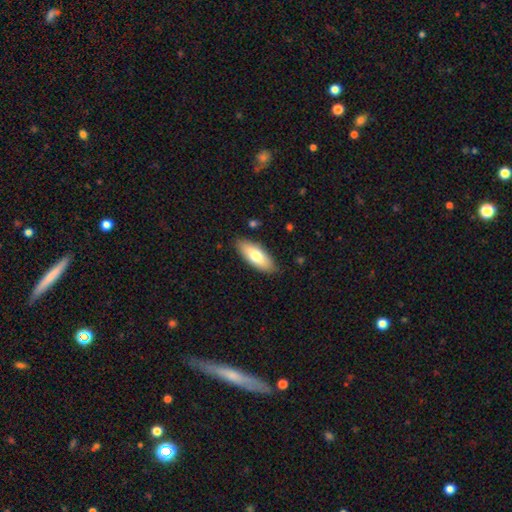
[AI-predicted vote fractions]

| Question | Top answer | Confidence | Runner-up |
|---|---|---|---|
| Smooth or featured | smooth | 73% | featured or disk (21%) |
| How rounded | in between | 79% | cigar-shaped (20%) |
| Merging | none | 86% | minor disturbance (11%) |